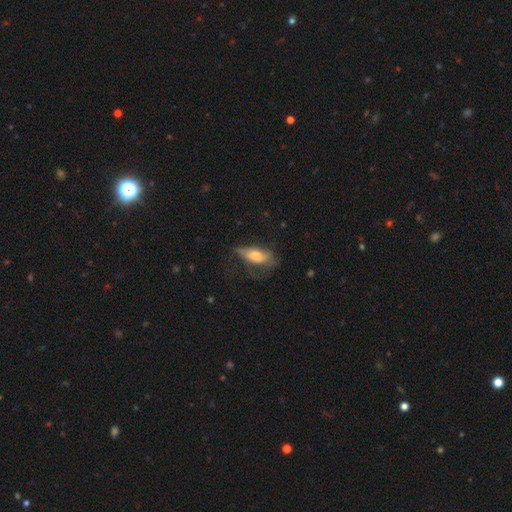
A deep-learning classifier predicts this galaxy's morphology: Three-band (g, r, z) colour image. It shows a smooth galaxy with no disk features (54%) that is in between round and cigar-shaped (75%). Merging: none (40%).